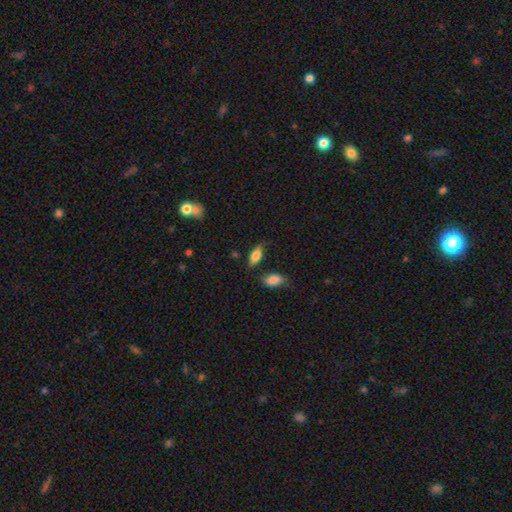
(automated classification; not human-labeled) smooth_or_featured: smooth (p=0.75) [alt: featured or disk p=0.17]
how_rounded: in between (p=0.81) [alt: cigar-shaped p=0.17]
merging: none (p=0.71) [alt: minor disturbance p=0.19]